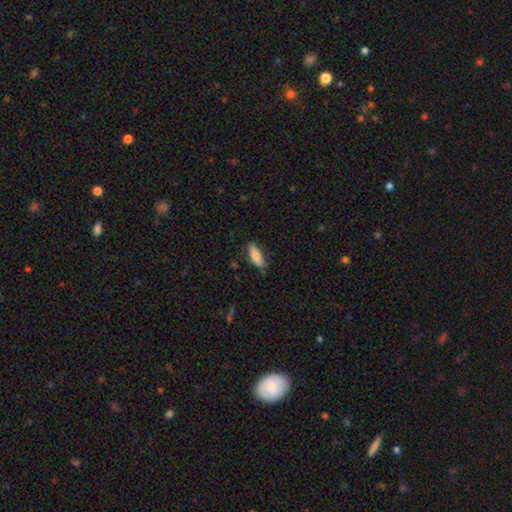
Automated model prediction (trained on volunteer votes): This appears to be a smooth galaxy with no disk features (76%) that is in between round and cigar-shaped (64%). Merging: none (77%).